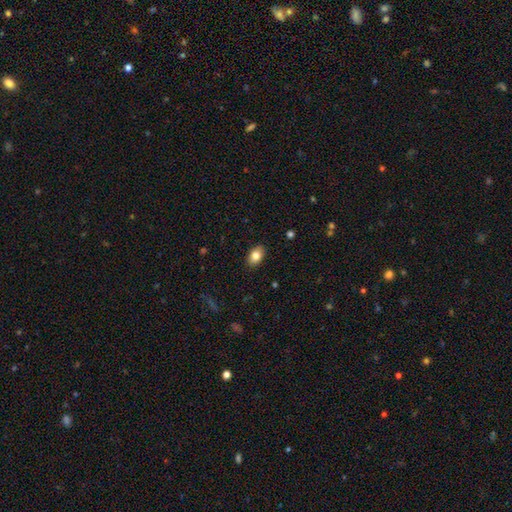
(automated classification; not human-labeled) smooth-or-featured: smooth: 82% | featured or disk: 10% | star or artifact: 8%
  how-rounded: in between: 88% | round: 11% | cigar-shaped: 2%
  merging: none: 89% | minor disturbance: 9% | major disturbance: 2% | merger: 1%